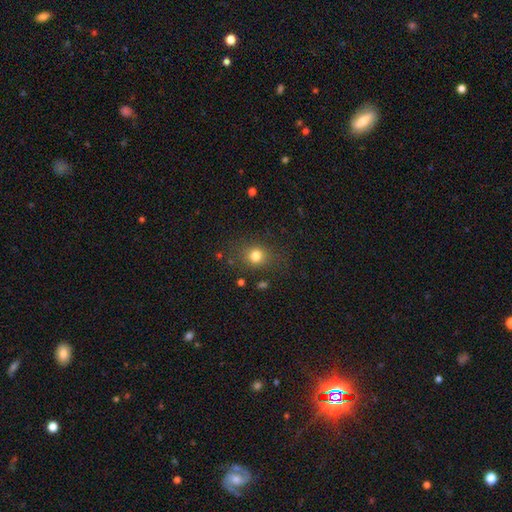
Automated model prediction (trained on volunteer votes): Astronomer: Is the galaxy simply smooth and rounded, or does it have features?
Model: smooth — 78%.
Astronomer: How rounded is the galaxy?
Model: round — 71%.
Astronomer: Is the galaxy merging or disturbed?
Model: none — 78%.